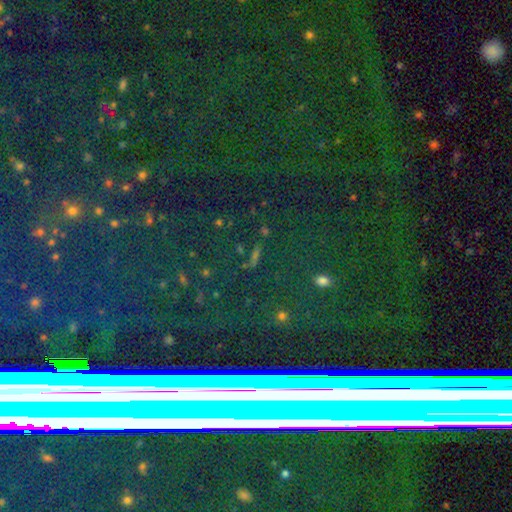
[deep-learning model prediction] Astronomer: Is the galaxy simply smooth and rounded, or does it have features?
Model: star or artifact — 70%.